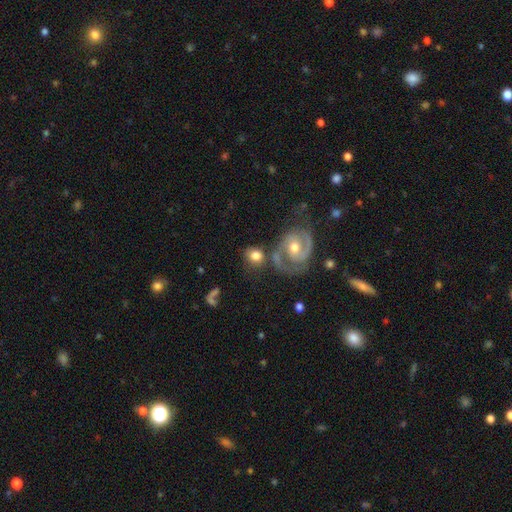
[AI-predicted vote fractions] Overall: smooth (60%; featured or disk 32%). How rounded: round (70%). Merging: none (58%; merger 19%).